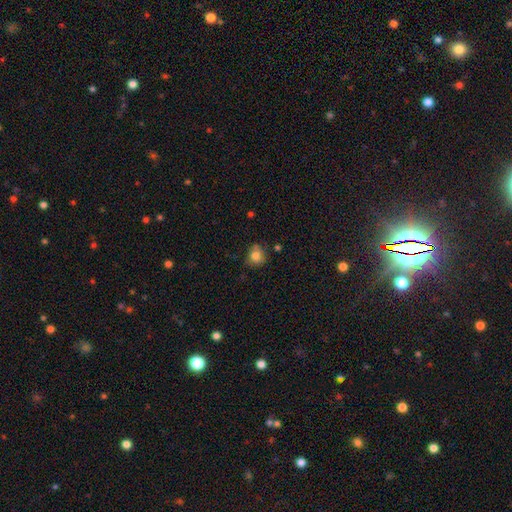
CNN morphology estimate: Smooth or featured? smooth (81%)
How rounded? round (76%)
Merging? none (67%)